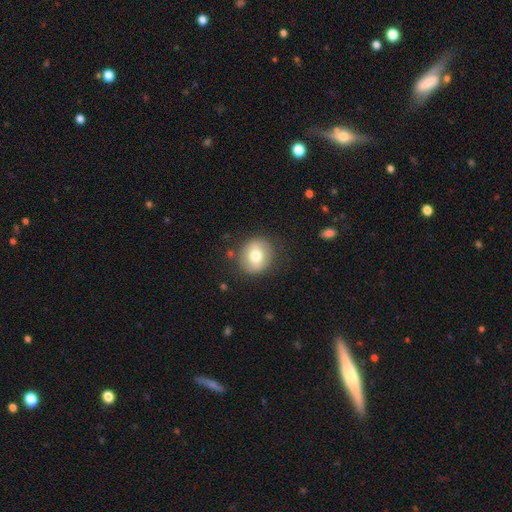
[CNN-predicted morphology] smooth_or_featured: smooth (p=0.69) [alt: featured or disk p=0.23]
how_rounded: round (p=0.85) [alt: in between p=0.14]
merging: none (p=0.85) [alt: minor disturbance p=0.10]